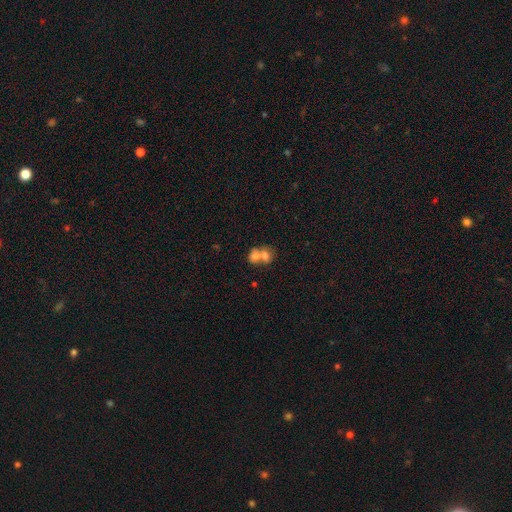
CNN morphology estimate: Smooth or featured? smooth (73%)
How rounded? in between (57%)
Merging? merger (70%)